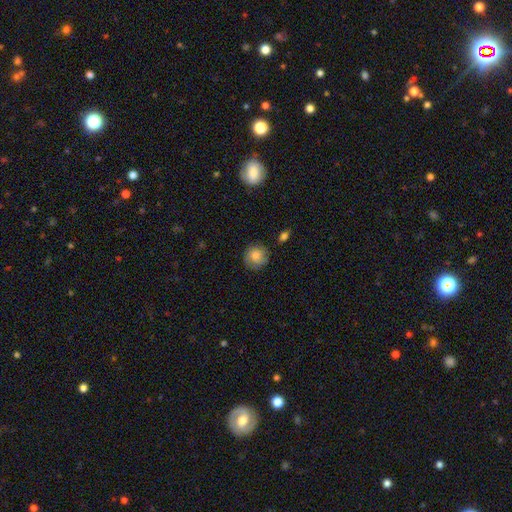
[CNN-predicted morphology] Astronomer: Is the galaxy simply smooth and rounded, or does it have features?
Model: smooth — 74%.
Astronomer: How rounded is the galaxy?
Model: round — 90%.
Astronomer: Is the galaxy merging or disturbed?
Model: none — 78%.